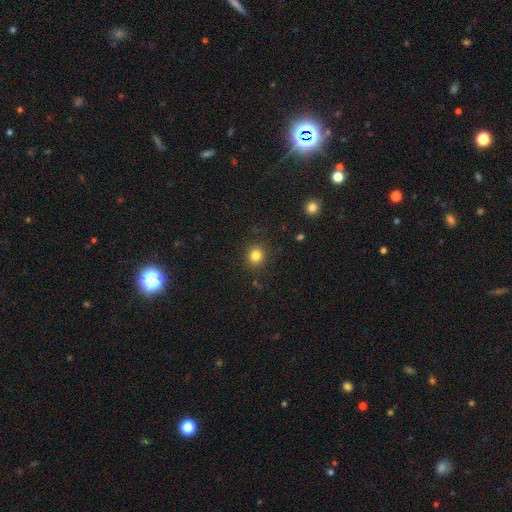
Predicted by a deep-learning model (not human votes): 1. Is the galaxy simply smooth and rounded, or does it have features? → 83% smooth, 12% star or artifact, 5% featured or disk.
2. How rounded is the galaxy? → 89% round, 10% in between, 1% cigar-shaped.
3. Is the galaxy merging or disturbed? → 89% none, 7% minor disturbance, 3% major disturbance, 1% merger.